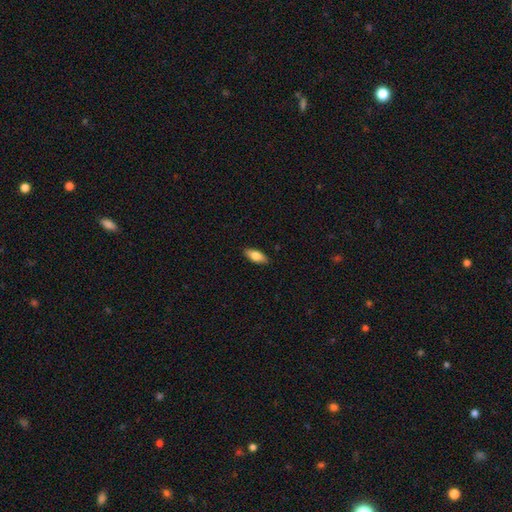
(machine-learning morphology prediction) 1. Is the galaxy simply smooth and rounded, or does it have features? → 81% smooth, 12% featured or disk, 6% star or artifact.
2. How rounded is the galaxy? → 85% in between, 13% cigar-shaped, 2% round.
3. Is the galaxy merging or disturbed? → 88% none, 9% minor disturbance, 2% major disturbance, 1% merger.